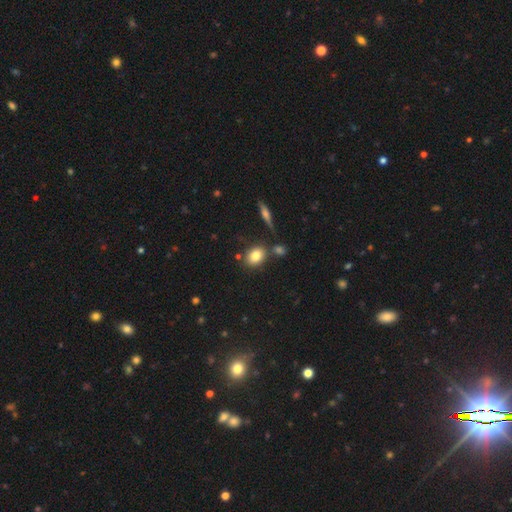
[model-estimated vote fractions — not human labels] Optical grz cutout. It shows a smooth galaxy with no disk features (80%) that is in between round and cigar-shaped (61%). Merging: none (72%).